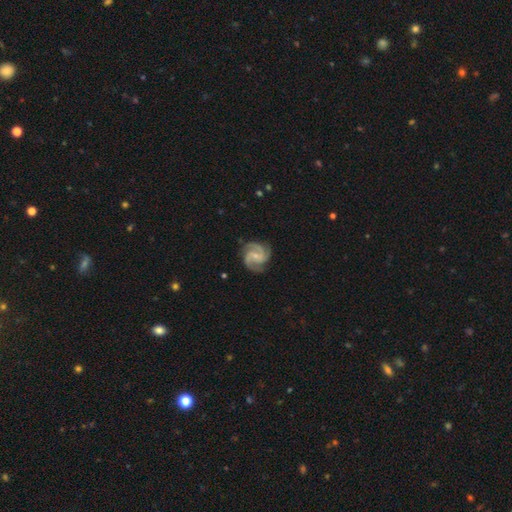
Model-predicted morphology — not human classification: Q: Smooth or featured?
A: featured or disk (90%); runner-up: smooth (5%)
Q: Edge-on disk?
A: no (98%); runner-up: yes (2%)
Q: Bar?
A: no (49%); runner-up: weak (40%)
Q: Spiral arms?
A: yes (98%); runner-up: no (2%)
Q: Spiral winding?
A: medium (51%); runner-up: tight (40%)
Q: Spiral arm count?
A: 3 (60%); runner-up: 2 (24%)
Q: Bulge size?
A: small (67%); runner-up: moderate (27%)
Q: Merging?
A: none (79%); runner-up: minor disturbance (15%)